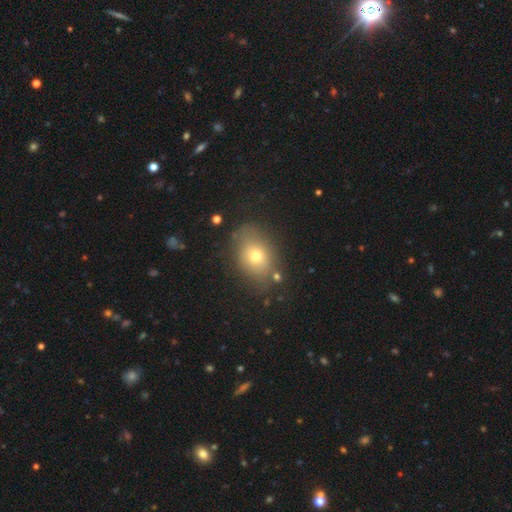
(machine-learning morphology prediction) A smooth galaxy with no disk features (67%) that is in between round and cigar-shaped (63%). Merging: none (73%).